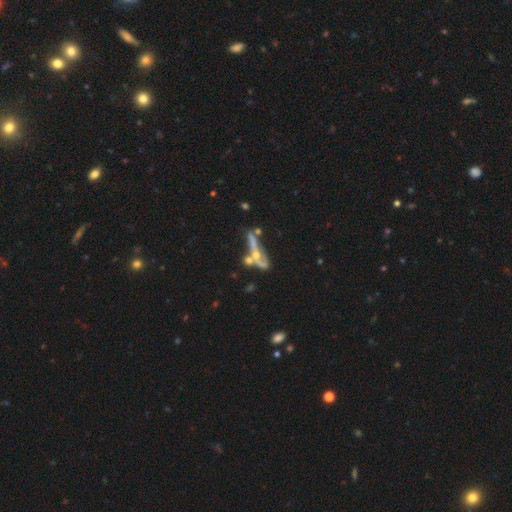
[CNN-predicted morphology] This appears to be a featured or disk galaxy (66%) viewed edge-on (58%). Merging: merger (37%).